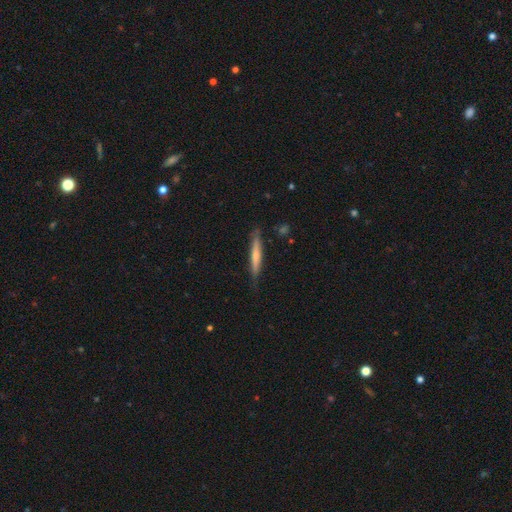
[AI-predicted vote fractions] A smooth galaxy with no disk features (54%) that is cigar-shaped (94%).

Vote fractions:
- Smooth or featured? smooth: 54% / featured or disk: 41% / star or artifact: 6%
- How rounded? cigar-shaped: 94% / in between: 5% / round: 1%
- Merging? none: 82% / minor disturbance: 15% / major disturbance: 2% / merger: 2%